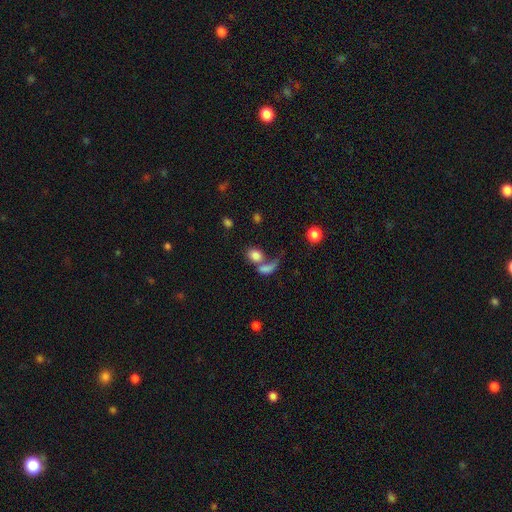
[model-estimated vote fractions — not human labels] This is likely a smooth galaxy (79%). How rounded: possibly in between (53%). Merging: possibly merger (52%).